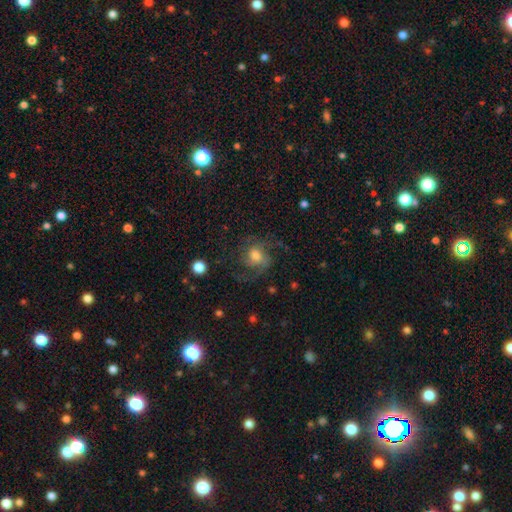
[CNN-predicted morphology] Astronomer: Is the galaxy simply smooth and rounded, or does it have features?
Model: featured or disk — 73%.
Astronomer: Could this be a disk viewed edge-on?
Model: no — 98%.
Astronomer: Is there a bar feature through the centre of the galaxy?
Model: no — 65%.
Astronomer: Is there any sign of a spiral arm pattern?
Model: yes — 93%.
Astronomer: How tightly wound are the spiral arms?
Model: medium — 52%.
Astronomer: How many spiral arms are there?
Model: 2 — 42% (runner-up: 3, 24%).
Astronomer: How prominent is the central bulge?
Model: moderate — 56%.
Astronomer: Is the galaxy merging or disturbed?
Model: none — 62%.